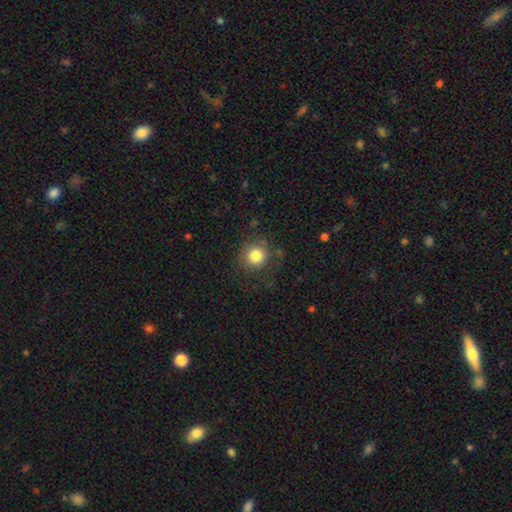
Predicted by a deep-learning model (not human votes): This is clearly a smooth galaxy (81%). How rounded: clearly round (92%). Merging: clearly none (82%).